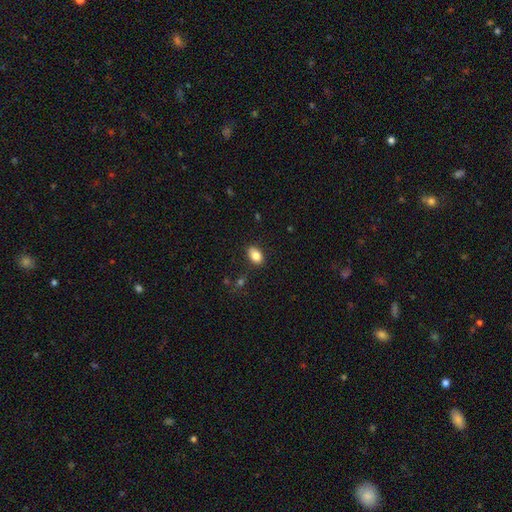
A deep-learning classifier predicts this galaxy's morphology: type=smooth (84%); roundness=in between (86%); merging=none (84%).